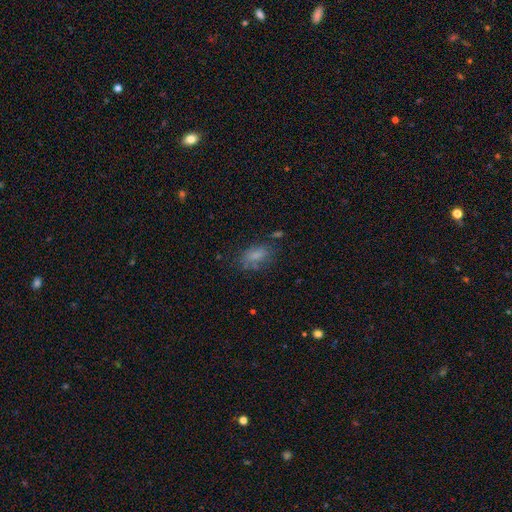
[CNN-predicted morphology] Overall: smooth (73%). How rounded: in between (86%). Merging: none (65%).